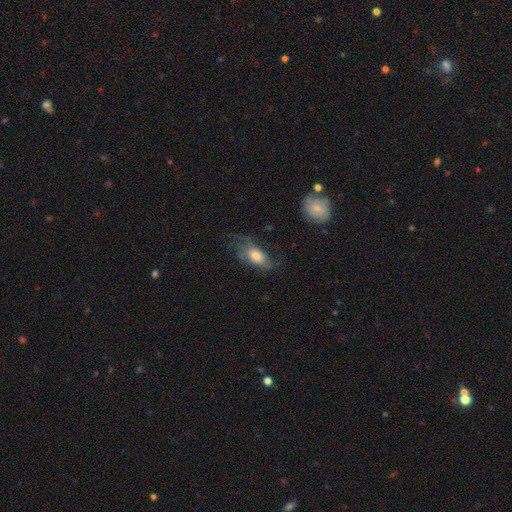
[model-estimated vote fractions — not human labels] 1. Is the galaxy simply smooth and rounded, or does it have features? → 48% smooth, 43% featured or disk, 9% star or artifact.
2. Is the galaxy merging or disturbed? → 44% none, 27% major disturbance, 26% minor disturbance, 2% merger.